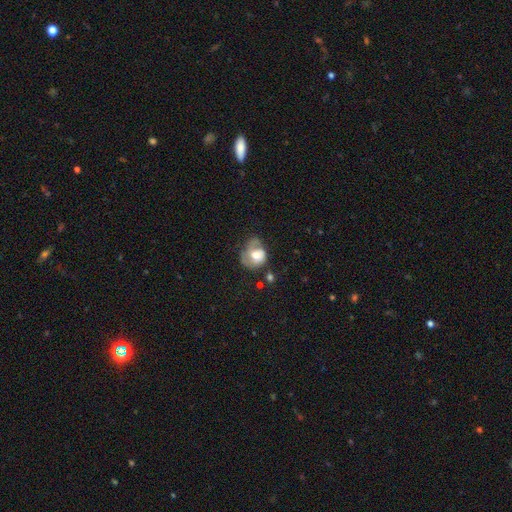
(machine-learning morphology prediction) Smooth or featured? Predicted: smooth (p=0.47). Merging? Predicted: major disturbance (p=0.33).